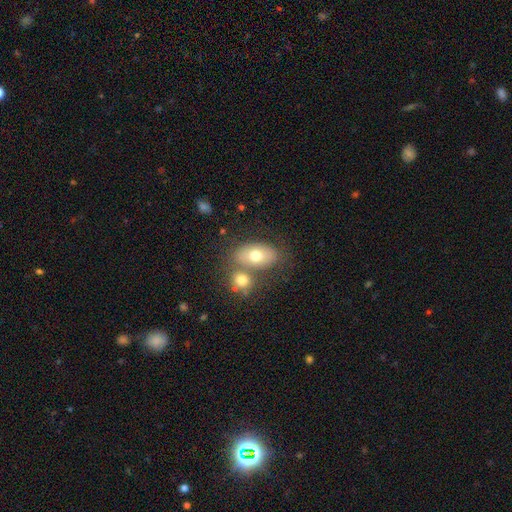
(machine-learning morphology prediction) smooth 70%, featured or disk 21%, star or artifact 8%. Down the decision tree: how rounded — in between (86%); merging — none (47%).